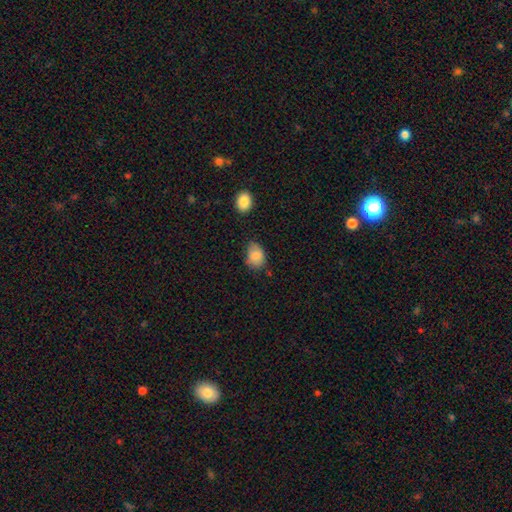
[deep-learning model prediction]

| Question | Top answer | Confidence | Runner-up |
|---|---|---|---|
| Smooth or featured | smooth | 85% | star or artifact (8%) |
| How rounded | in between | 74% | round (25%) |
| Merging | none | 59% | minor disturbance (30%) |